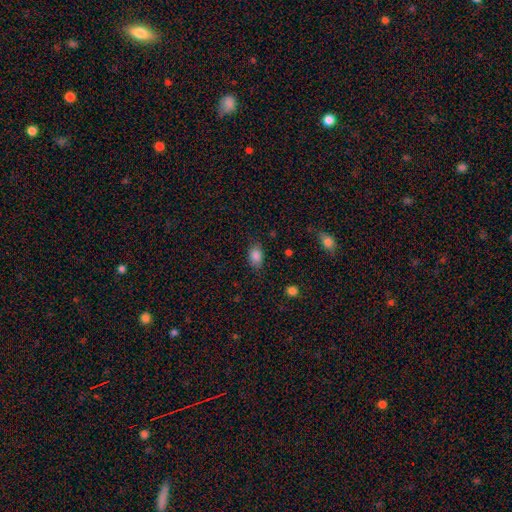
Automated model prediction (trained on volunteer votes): smooth_or_featured: smooth (p=0.86) [alt: star or artifact p=0.09]
how_rounded: in between (p=0.84) [alt: round p=0.14]
merging: none (p=0.78) [alt: minor disturbance p=0.16]